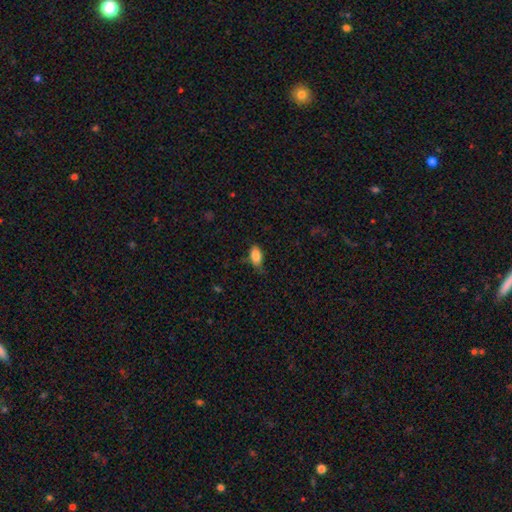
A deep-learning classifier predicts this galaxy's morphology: type=smooth (86%); roundness=in between (91%); merging=none (67%).